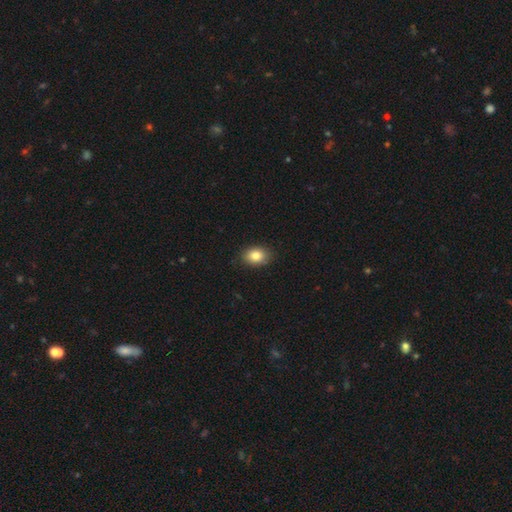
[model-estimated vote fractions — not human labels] The model was most divided on "how rounded": in between: 74%, round: 25%, cigar-shaped: 1%. More confident: merging — none (87%); smooth or featured — smooth (84%).